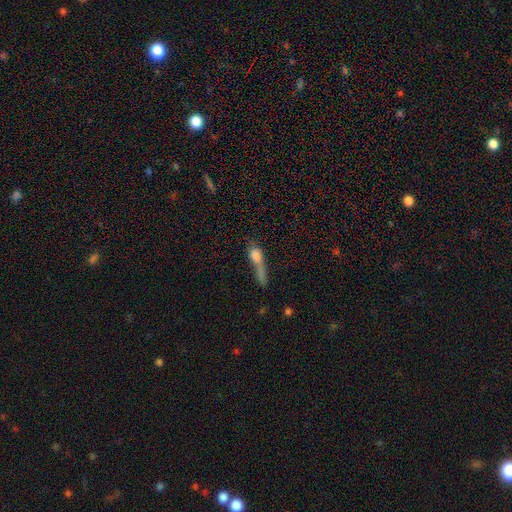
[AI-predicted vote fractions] smooth_or_featured: smooth (p=0.65) [alt: featured or disk p=0.22]
how_rounded: cigar-shaped (p=0.45) [alt: in between p=0.38]
merging: merger (p=0.44) [alt: major disturbance p=0.24]